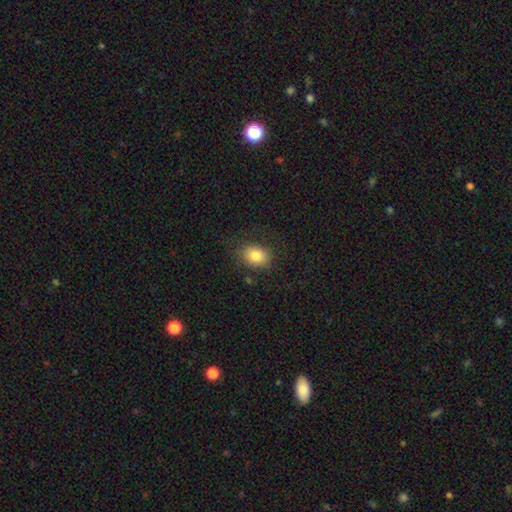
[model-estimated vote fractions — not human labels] smooth 82%, star or artifact 9%, featured or disk 8%. Down the decision tree: how rounded — in between (67%); merging — none (79%).